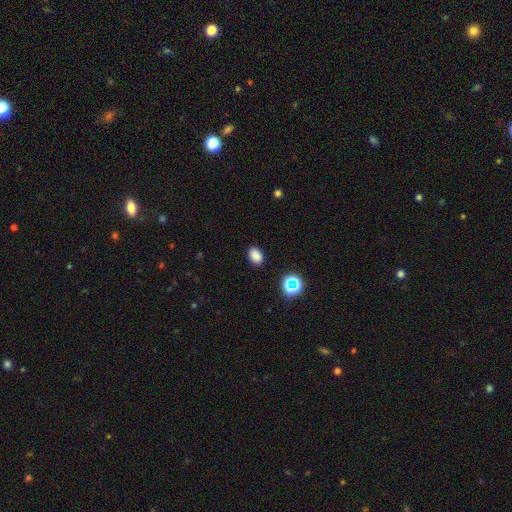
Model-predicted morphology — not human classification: A smooth galaxy with no disk features (82%) that is in between round and cigar-shaped (78%). Merging: none (88%).